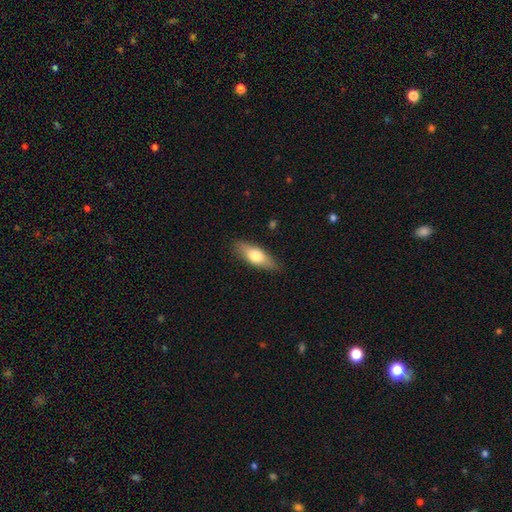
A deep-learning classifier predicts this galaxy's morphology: Smooth or featured?
  - smooth: 65% *
  - featured or disk: 29%
  - star or artifact: 6%
How rounded?
  - in between: 66% *
  - cigar-shaped: 31%
  - round: 3%
Merging?
  - none: 85% *
  - minor disturbance: 12%
  - major disturbance: 2%
  - merger: 1%